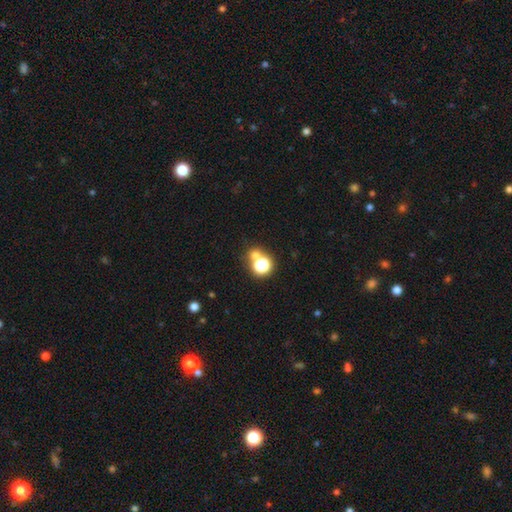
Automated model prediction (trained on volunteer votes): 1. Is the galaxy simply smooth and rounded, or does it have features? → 58% smooth, 33% star or artifact, 9% featured or disk.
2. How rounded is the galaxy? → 84% round, 15% in between, 1% cigar-shaped.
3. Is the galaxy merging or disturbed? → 58% none, 30% merger, 7% minor disturbance, 5% major disturbance.